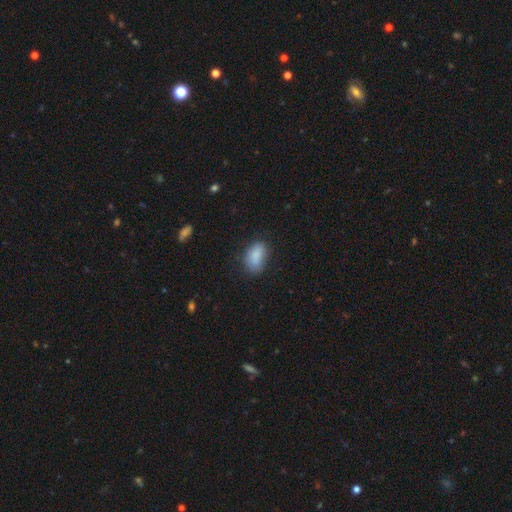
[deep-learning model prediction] Smooth or featured? Predicted: smooth (p=0.85). How rounded? Predicted: in between (p=0.89). Merging? Predicted: none (p=0.67).